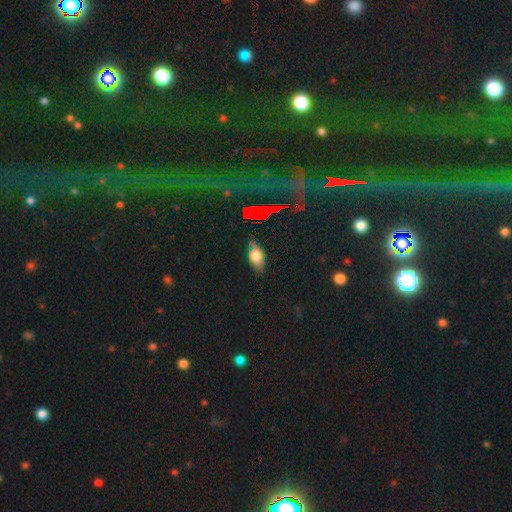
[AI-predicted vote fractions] Smooth or featured: smooth — 67% (featured or disk — 22%)
How rounded: in between — 85% (cigar-shaped — 9%)
Merging: none — 73% (minor disturbance — 20%)